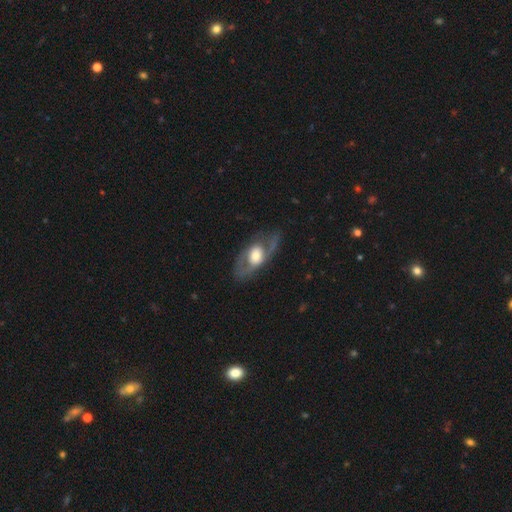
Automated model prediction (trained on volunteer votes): smooth-or-featured: featured or disk: 64% | smooth: 30% | star or artifact: 6%
  disk-edge-on: no: 83% | yes: 17%
    bar: no: 71% | weak: 21% | strong: 8%
    has-spiral-arms: yes: 51% | no: 49%
    bulge-size: large: 44% | moderate: 40% | small: 8% | dominant: 6% | none: 1%
  merging: none: 67% | minor disturbance: 17% | major disturbance: 14% | merger: 2%